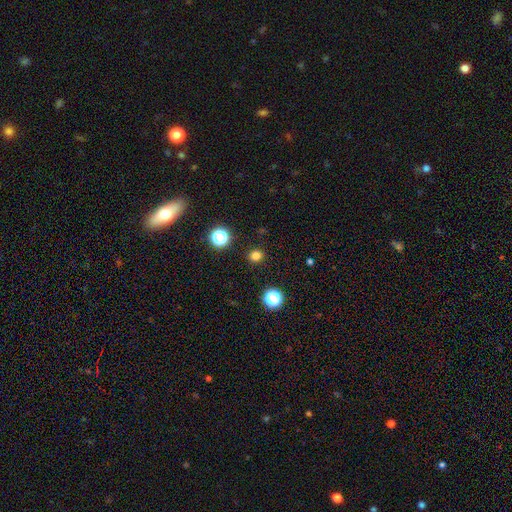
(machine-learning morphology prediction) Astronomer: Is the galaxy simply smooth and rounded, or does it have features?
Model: smooth — 79%.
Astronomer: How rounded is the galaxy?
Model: round — 86%.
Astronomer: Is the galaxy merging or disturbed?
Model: none — 91%.